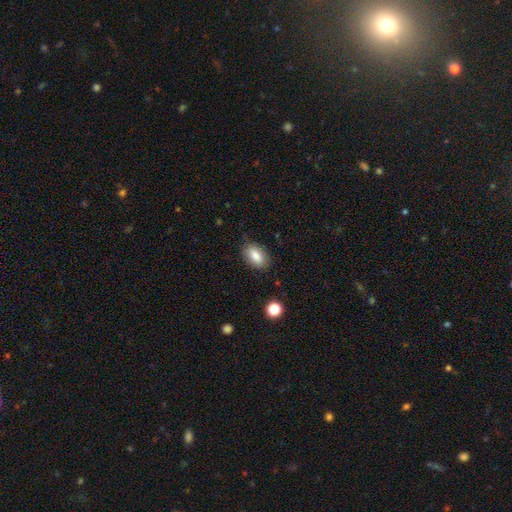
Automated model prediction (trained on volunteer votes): The model was most divided on "merging": none: 83%, minor disturbance: 13%, major disturbance: 3%, merger: 1%. More confident: how rounded — in between (90%); smooth or featured — smooth (83%).